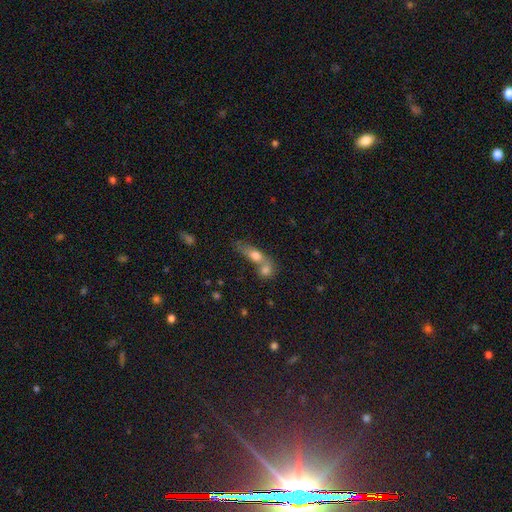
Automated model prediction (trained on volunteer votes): A smooth galaxy with no disk features (70%) that is in between round and cigar-shaped (56%). Merging: merger (63%).